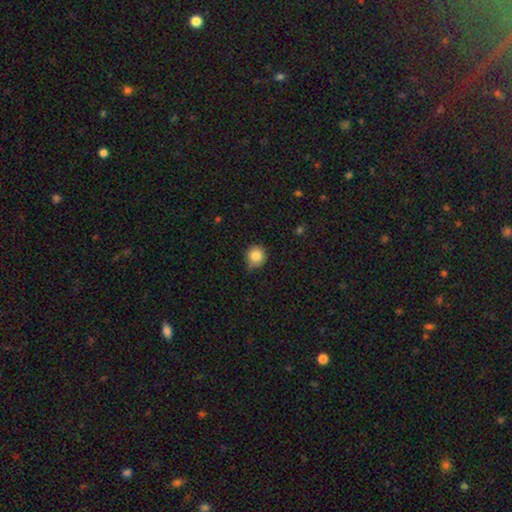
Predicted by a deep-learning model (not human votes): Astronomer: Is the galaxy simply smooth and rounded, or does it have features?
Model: smooth — 83%.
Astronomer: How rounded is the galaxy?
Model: round — 89%.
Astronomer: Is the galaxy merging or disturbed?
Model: none — 67%.